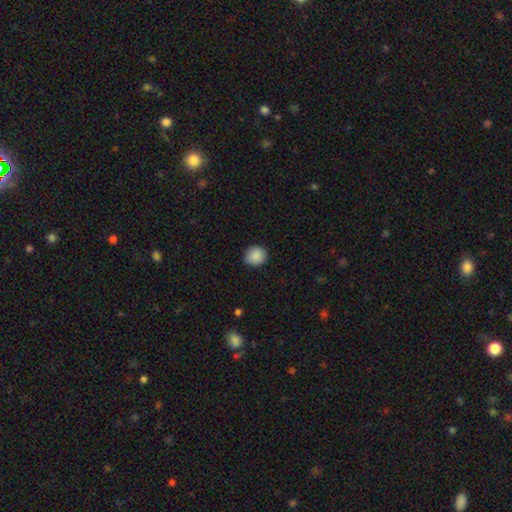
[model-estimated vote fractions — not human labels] Smooth or featured? smooth (88%)
How rounded? round (78%)
Merging? none (82%)